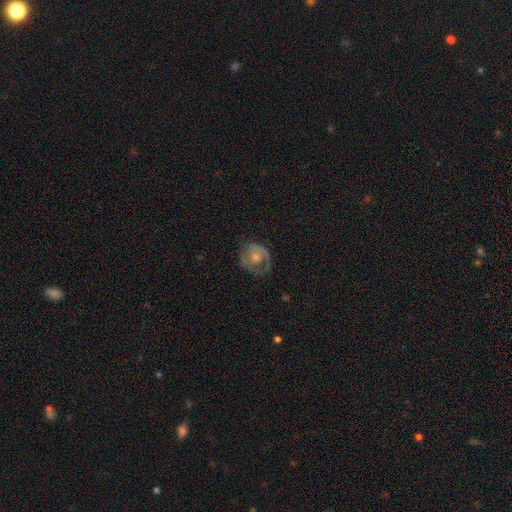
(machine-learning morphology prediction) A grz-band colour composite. It shows a featured or disk galaxy (64%) with no bar (75%), spiral arms (75%) and a moderate central bulge (49%). Merging: none (59%).